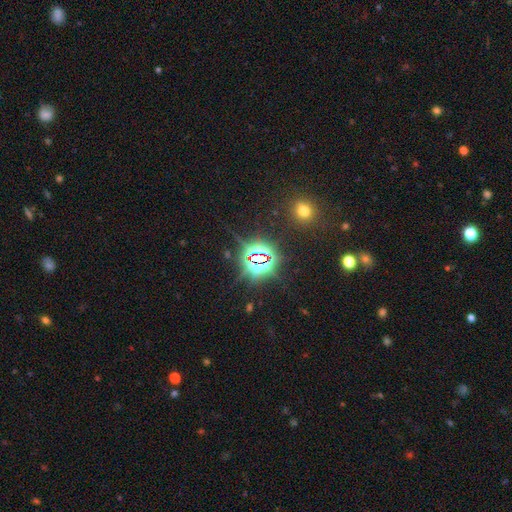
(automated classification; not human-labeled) A star or artifact, not a galaxy (83%).